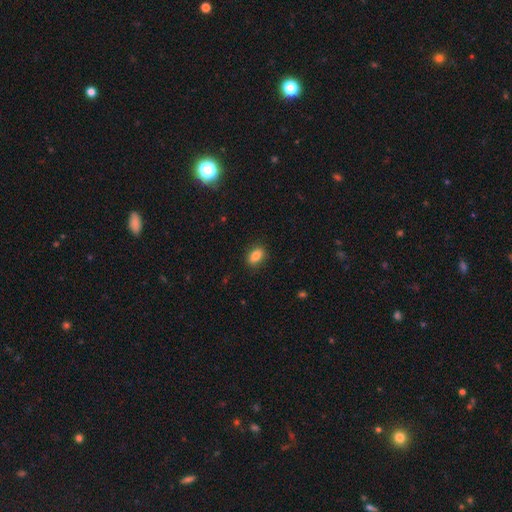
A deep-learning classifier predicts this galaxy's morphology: A smooth galaxy with no disk features (81%) that is in between round and cigar-shaped (81%).

Vote fractions:
- Smooth or featured? smooth: 81% / featured or disk: 10% / star or artifact: 9%
- How rounded? in between: 81% / round: 15% / cigar-shaped: 4%
- Merging? none: 85% / minor disturbance: 11% / major disturbance: 3% / merger: 1%